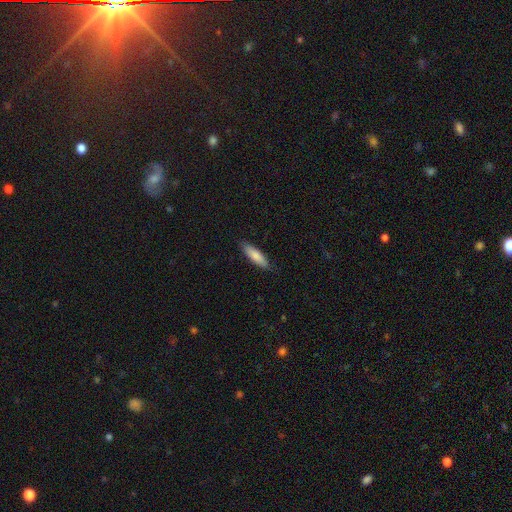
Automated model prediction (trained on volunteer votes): Smooth or featured? smooth (82%)
How rounded? cigar-shaped (61%)
Merging? none (86%)